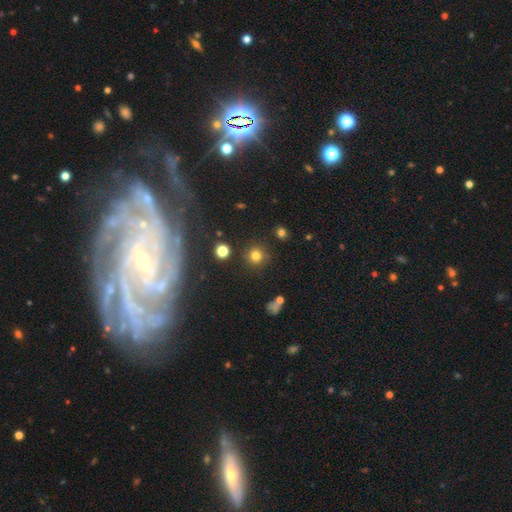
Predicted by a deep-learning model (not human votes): smooth 74%, star or artifact 18%, featured or disk 7%. Down the decision tree: how rounded — round (92%); merging — none (84%).